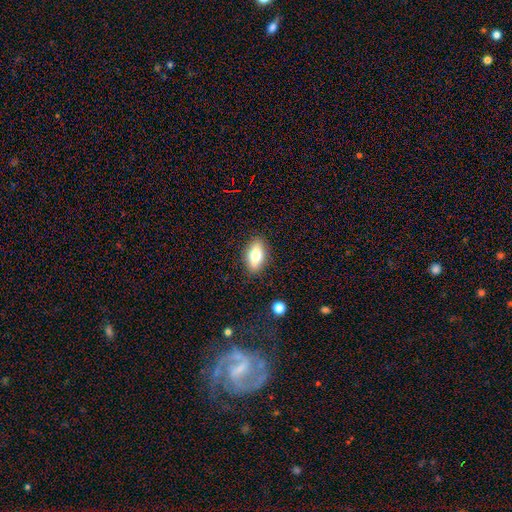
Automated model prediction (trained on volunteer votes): The model was most divided on "smooth or featured": smooth: 68%, featured or disk: 24%, star or artifact: 8%. More confident: merging — none (87%); how rounded — in between (80%).